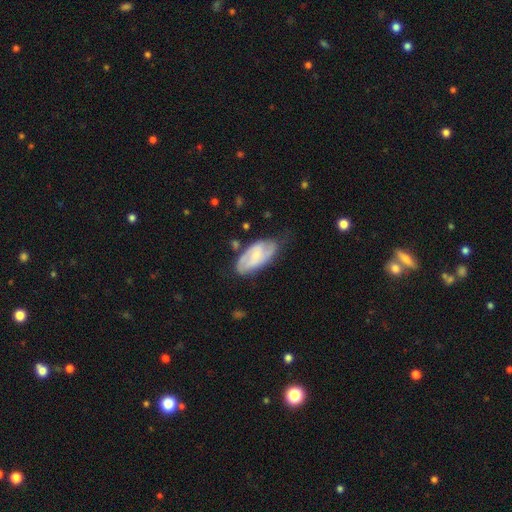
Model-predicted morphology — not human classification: type=featured or disk (66%); edge-on=no (94%); bar=no (44%); spiral arms=yes (88%); winding=medium (43%); arm count=2 (64%); bulge=small (63%); merging=none (63%).